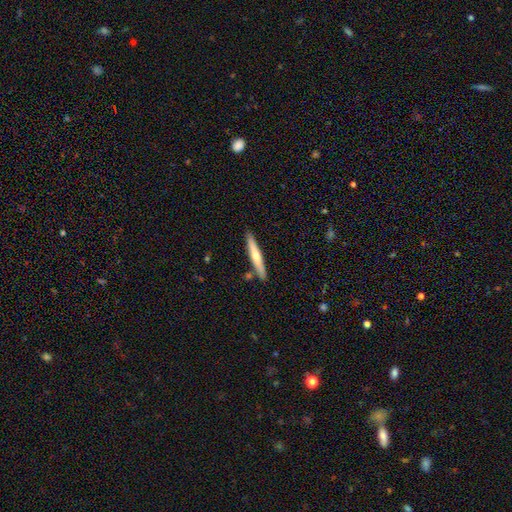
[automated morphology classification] Smooth or featured?
  - smooth: 52% *
  - featured or disk: 43%
  - star or artifact: 5%
How rounded?
  - cigar-shaped: 94% *
  - in between: 5%
  - round: 1%
Merging?
  - none: 86% *
  - minor disturbance: 9%
  - merger: 3%
  - major disturbance: 2%